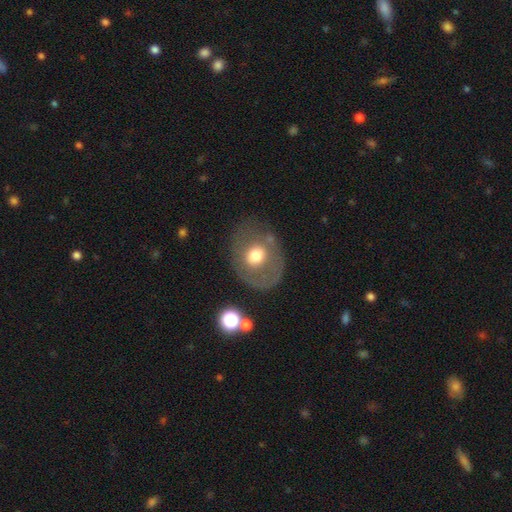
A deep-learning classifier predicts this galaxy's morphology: This appears to be a smooth galaxy with no disk features (55%) that is round (55%). Merging: none (69%).